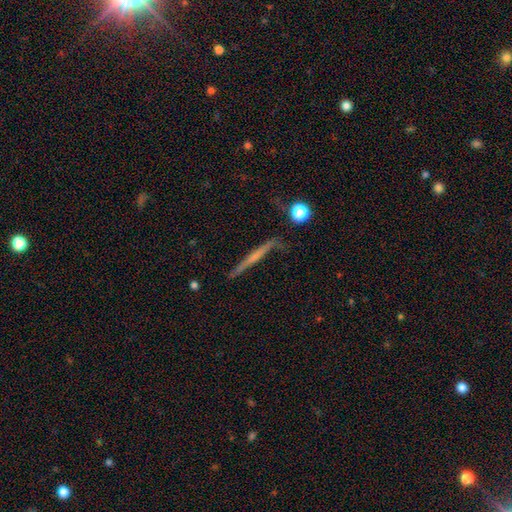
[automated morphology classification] Smooth or featured: featured or disk — 58% (smooth — 34%)
Edge-on disk: yes — 93% (no — 7%)
Edge-on bulge: none — 63% (rounded — 27%)
Merging: none — 71% (minor disturbance — 18%)